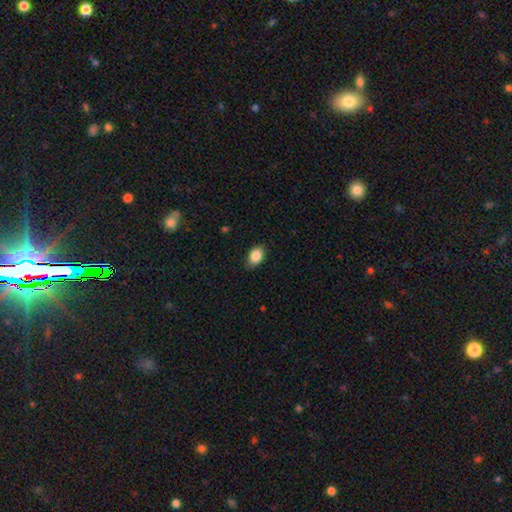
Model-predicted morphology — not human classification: Q: Smooth or featured?
A: smooth (86%); runner-up: star or artifact (8%)
Q: How rounded?
A: in between (86%); runner-up: round (13%)
Q: Merging?
A: none (83%); runner-up: minor disturbance (14%)